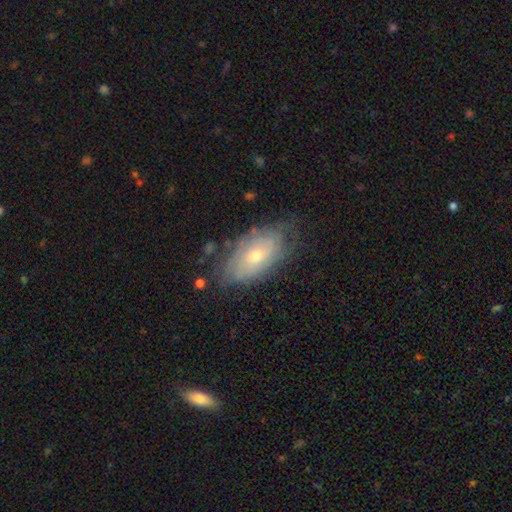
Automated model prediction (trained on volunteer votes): Q: Smooth or featured?
A: featured or disk (57%); runner-up: smooth (36%)
Q: Edge-on disk?
A: no (90%); runner-up: yes (10%)
Q: Bar?
A: no (77%); runner-up: weak (20%)
Q: Spiral arms?
A: yes (72%); runner-up: no (28%)
Q: Bulge size?
A: moderate (49%); runner-up: small (47%)
Q: Merging?
A: none (68%); runner-up: minor disturbance (23%)